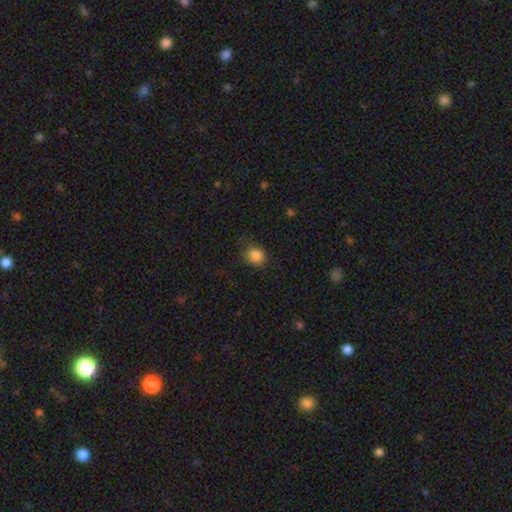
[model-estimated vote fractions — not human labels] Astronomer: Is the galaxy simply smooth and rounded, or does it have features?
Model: smooth — 86%.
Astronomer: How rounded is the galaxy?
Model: round — 70%.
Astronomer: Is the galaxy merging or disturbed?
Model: none — 76%.